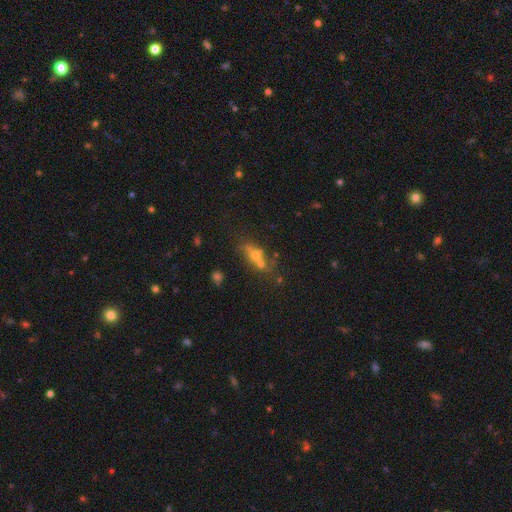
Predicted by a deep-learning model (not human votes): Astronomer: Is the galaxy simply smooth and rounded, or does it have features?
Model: smooth — 45% (runner-up: featured or disk, 30%).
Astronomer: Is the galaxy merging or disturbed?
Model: none — 43% (runner-up: merger, 35%).